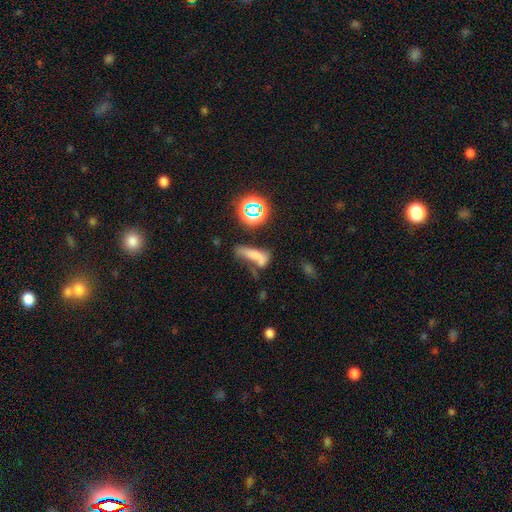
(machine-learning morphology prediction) Smooth or featured? smooth (57%)
How rounded? in between (47%)
Merging? merger (32%)